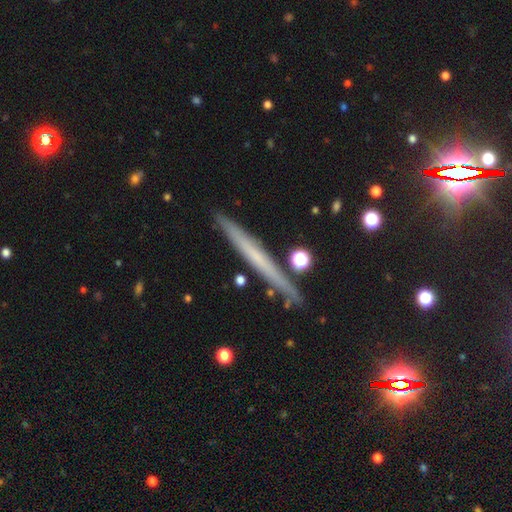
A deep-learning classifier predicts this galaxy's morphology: This appears to be a featured or disk galaxy (51%) viewed edge-on (96%). Merging: none (88%).